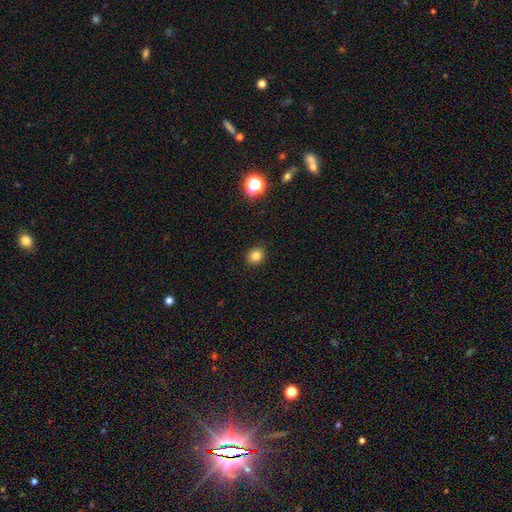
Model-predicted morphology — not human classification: A smooth galaxy with no disk features (82%) that is round (77%).

Vote fractions:
- Smooth or featured? smooth: 82% / star or artifact: 13% / featured or disk: 5%
- How rounded? round: 77% / in between: 22% / cigar-shaped: 1%
- Merging? none: 89% / minor disturbance: 8% / major disturbance: 2% / merger: 1%